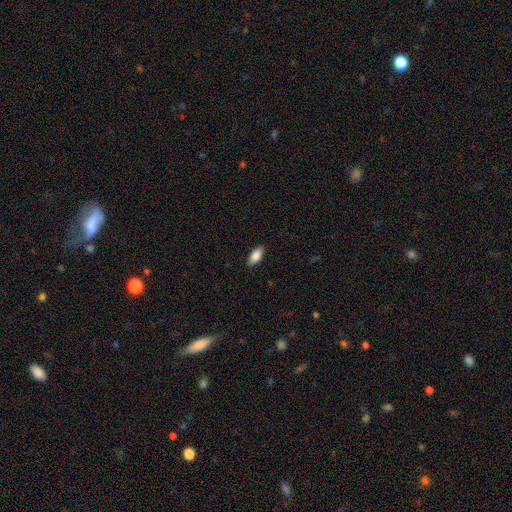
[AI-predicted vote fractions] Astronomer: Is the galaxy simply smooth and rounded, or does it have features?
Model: smooth — 86%.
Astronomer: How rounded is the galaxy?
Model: in between — 87%.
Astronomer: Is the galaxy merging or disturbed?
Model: none — 88%.